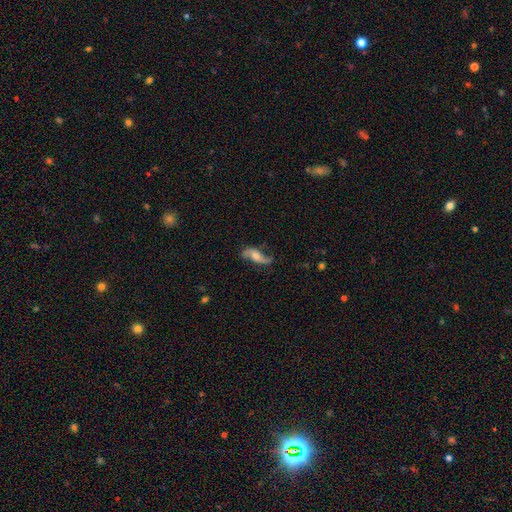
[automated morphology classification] type=featured or disk (81%); edge-on=no (92%); bar=no (57%); spiral arms=yes (95%); winding=loose (79%); arm count=2 (92%); bulge=moderate (53%); merging=none (73%).